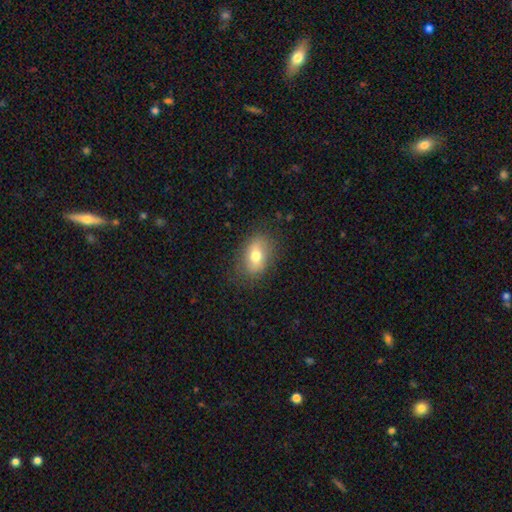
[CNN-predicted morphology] Smooth or featured: smooth — 66% (featured or disk — 26%)
How rounded: in between — 82% (round — 16%)
Merging: none — 79% (minor disturbance — 15%)